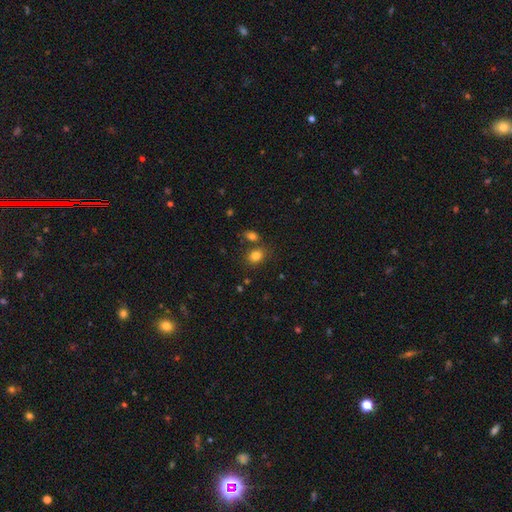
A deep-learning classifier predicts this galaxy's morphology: smooth_or_featured: smooth (p=0.82) [alt: star or artifact p=0.12]
how_rounded: in between (p=0.59) [alt: round p=0.40]
merging: none (p=0.70) [alt: merger p=0.15]